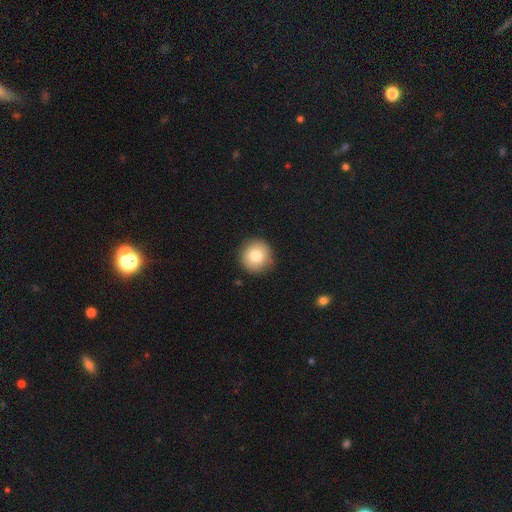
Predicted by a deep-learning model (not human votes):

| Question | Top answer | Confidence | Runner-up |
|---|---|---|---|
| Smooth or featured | smooth | 80% | featured or disk (11%) |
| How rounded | round | 94% | in between (5%) |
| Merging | none | 90% | minor disturbance (7%) |